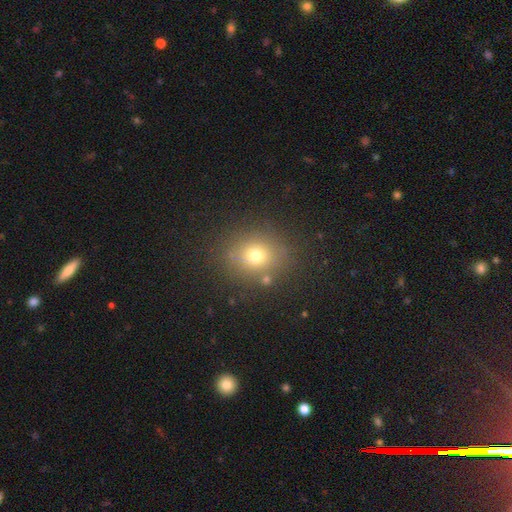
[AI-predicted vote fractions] A smooth galaxy with no disk features (69%) that is round (74%).

Vote fractions:
- Smooth or featured? smooth: 69% / star or artifact: 19% / featured or disk: 12%
- How rounded? round: 74% / in between: 24% / cigar-shaped: 1%
- Merging? none: 82% / minor disturbance: 10% / merger: 4% / major disturbance: 4%